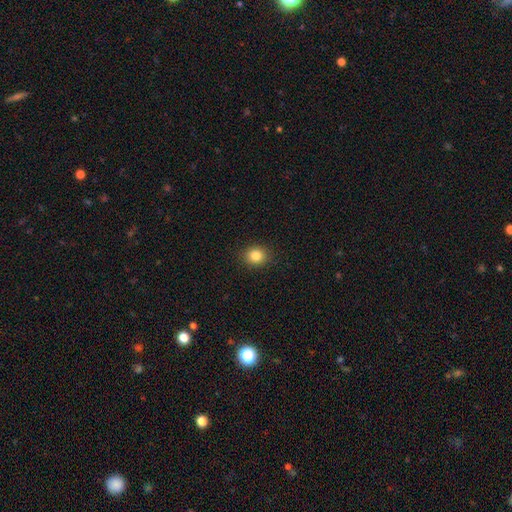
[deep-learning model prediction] Smooth or featured: smooth — 83% (star or artifact — 11%)
How rounded: round — 74% (in between — 25%)
Merging: none — 90% (minor disturbance — 7%)